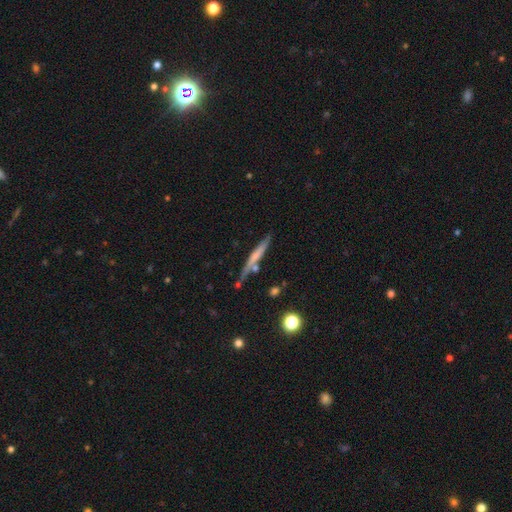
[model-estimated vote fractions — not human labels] The model was most divided on "smooth or featured": smooth: 49%, featured or disk: 44%, star or artifact: 7%. More confident: merging — none (69%).